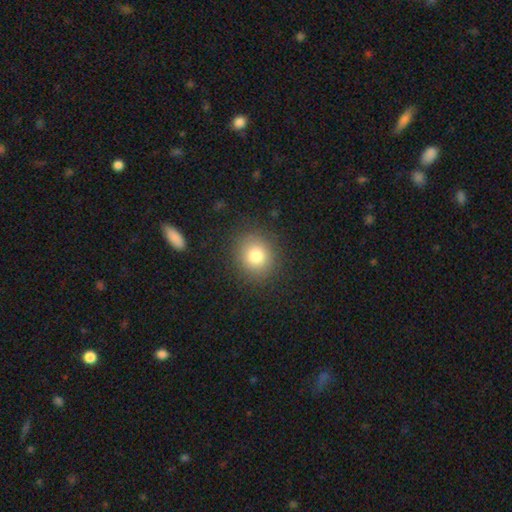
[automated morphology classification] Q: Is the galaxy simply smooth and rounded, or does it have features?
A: smooth — 79%.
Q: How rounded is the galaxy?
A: round — 82%.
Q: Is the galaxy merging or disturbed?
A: none — 87%.